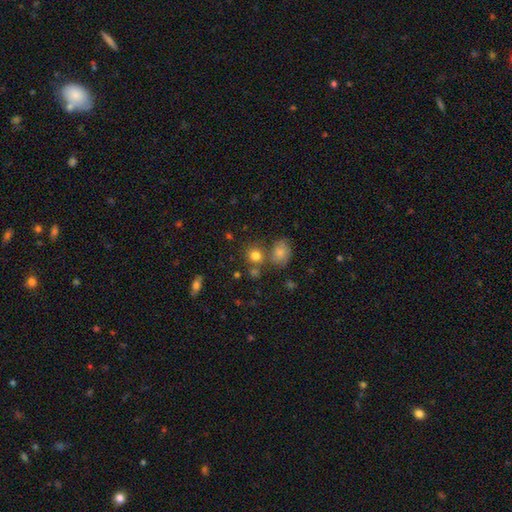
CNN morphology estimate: A smooth galaxy with no disk features (79%) that is round (82%). Merging: none (64%).